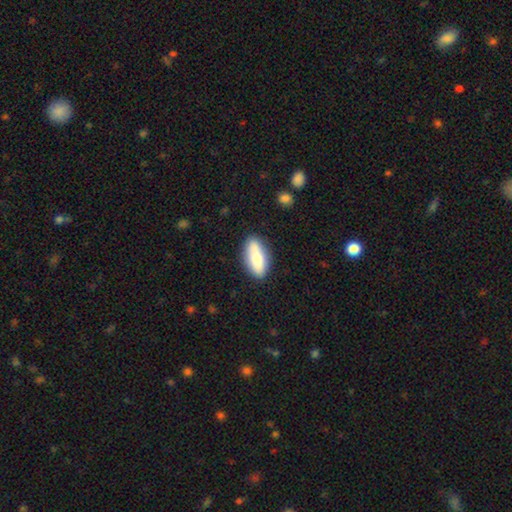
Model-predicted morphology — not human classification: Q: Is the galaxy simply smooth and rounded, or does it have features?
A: smooth — 76%.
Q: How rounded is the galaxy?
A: in between — 76%.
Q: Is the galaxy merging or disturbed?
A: none — 82%.